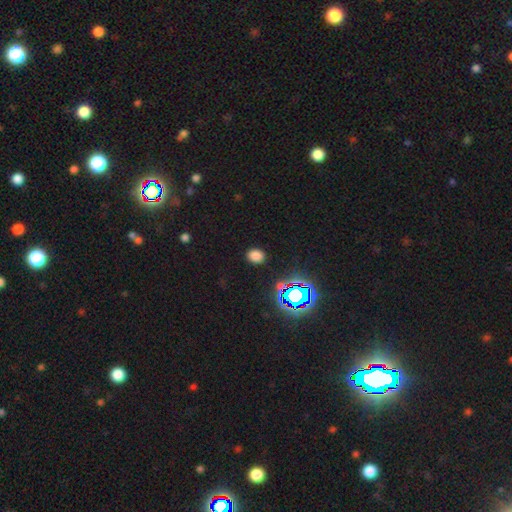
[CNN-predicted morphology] smooth_or_featured: smooth (p=0.73) [alt: star or artifact p=0.22]
how_rounded: in between (p=0.56) [alt: round p=0.43]
merging: none (p=0.88) [alt: minor disturbance p=0.08]